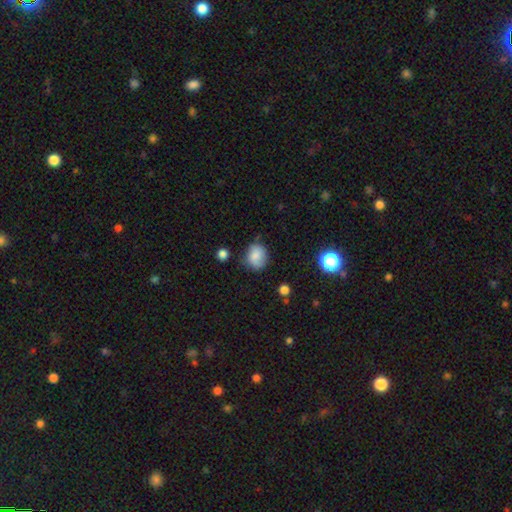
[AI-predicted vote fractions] Smooth or featured? smooth (82%)
How rounded? round (66%)
Merging? none (66%)